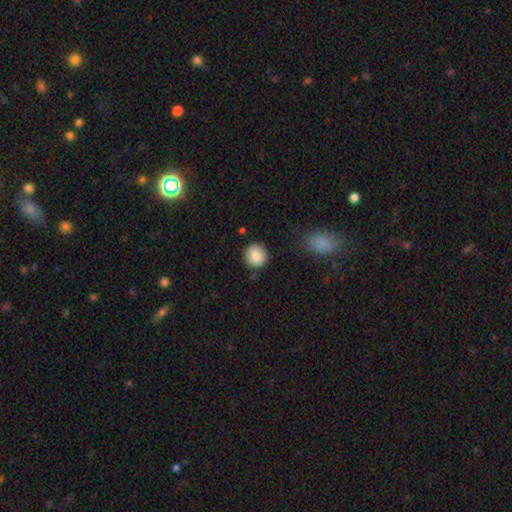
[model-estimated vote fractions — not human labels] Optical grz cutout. It shows a smooth galaxy with no disk features (87%) that is round (90%). Merging: none (86%).